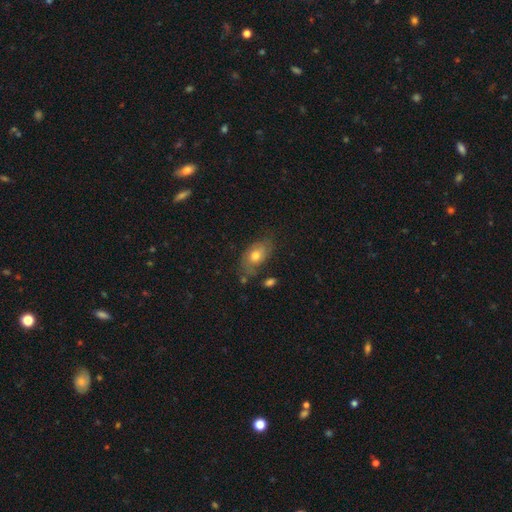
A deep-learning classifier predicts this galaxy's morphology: Smooth or featured?
  - smooth: 52% *
  - featured or disk: 38%
  - star or artifact: 10%
How rounded?
  - in between: 86% *
  - round: 12%
  - cigar-shaped: 3%
Merging?
  - none: 63% *
  - minor disturbance: 24%
  - major disturbance: 8%
  - merger: 5%